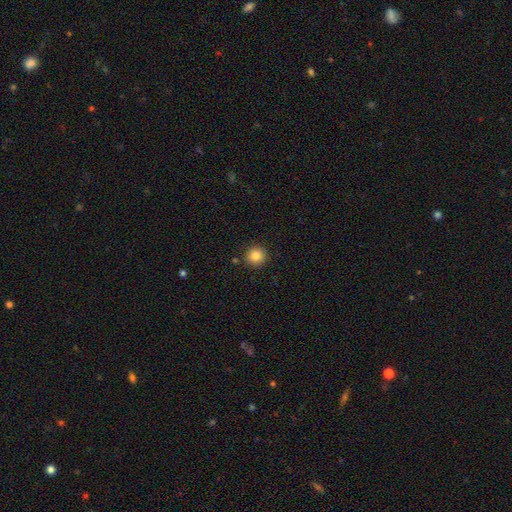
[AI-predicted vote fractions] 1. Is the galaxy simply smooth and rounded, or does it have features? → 84% smooth, 11% star or artifact, 6% featured or disk.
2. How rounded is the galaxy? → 94% round, 5% in between, 1% cigar-shaped.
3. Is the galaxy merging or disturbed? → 90% none, 6% minor disturbance, 2% merger, 2% major disturbance.